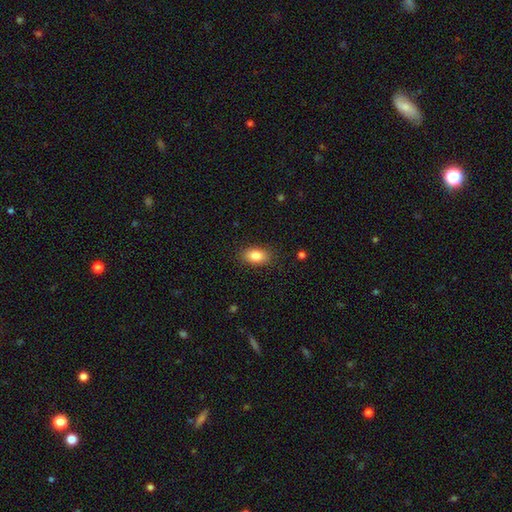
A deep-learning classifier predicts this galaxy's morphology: smooth-or-featured: smooth: 85% | star or artifact: 8% | featured or disk: 7%
  how-rounded: in between: 89% | round: 9% | cigar-shaped: 2%
  merging: none: 87% | minor disturbance: 10% | major disturbance: 3% | merger: 1%